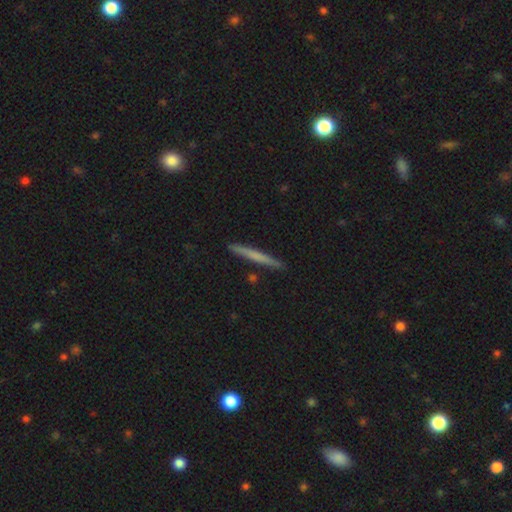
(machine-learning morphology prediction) Q: Smooth or featured?
A: smooth (56%); runner-up: featured or disk (38%)
Q: How rounded?
A: cigar-shaped (96%); runner-up: in between (2%)
Q: Merging?
A: none (90%); runner-up: minor disturbance (7%)